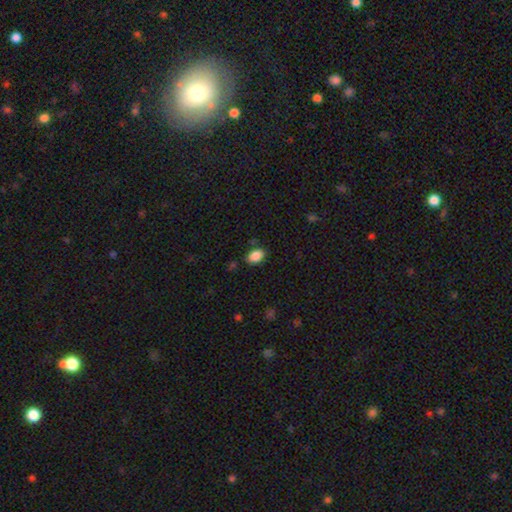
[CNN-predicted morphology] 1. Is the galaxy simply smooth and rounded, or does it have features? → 88% smooth, 8% star or artifact, 4% featured or disk.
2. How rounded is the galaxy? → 86% in between, 13% round, 1% cigar-shaped.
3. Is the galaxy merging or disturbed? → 82% none, 12% minor disturbance, 3% major disturbance, 3% merger.